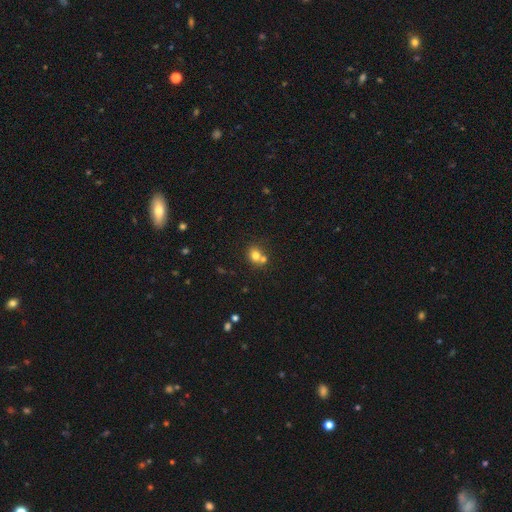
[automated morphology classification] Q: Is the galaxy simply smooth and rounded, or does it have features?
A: smooth — 75%.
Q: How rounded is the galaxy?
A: round — 74%.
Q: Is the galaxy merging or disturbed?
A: none — 48%.